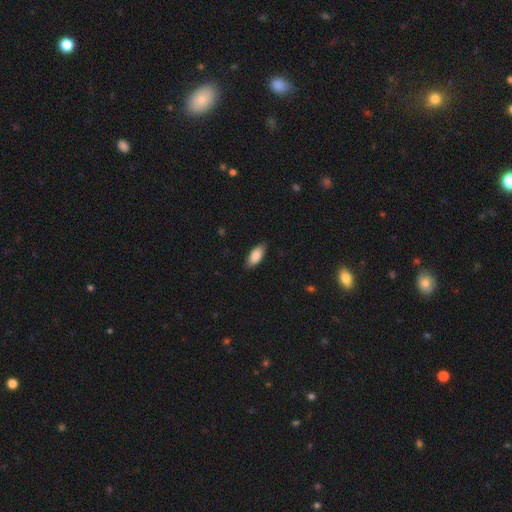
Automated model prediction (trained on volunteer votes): Morphology: type=smooth (86%); roundness=in between (85%); merging=none (84%).